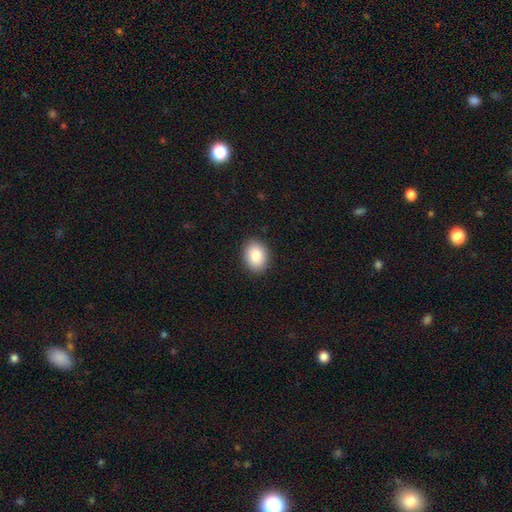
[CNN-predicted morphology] Smooth or featured? smooth (85%)
How rounded? in between (61%)
Merging? none (90%)